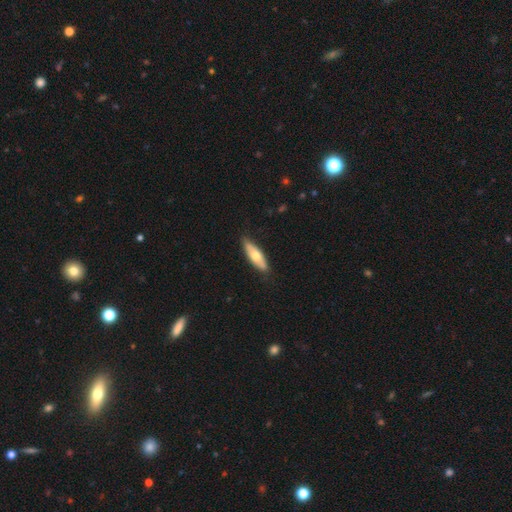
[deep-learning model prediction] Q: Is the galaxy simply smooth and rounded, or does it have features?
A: smooth — 58%.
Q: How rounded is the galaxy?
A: in between — 51%.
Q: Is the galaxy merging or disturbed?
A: none — 83%.